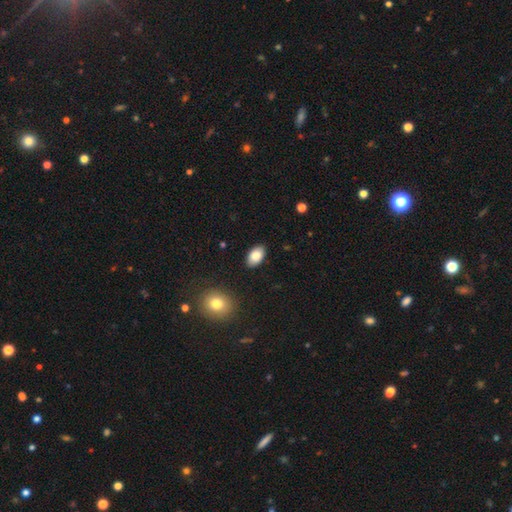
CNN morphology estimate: This is clearly a smooth galaxy (86%). How rounded: clearly in between (93%). Merging: clearly none (89%).